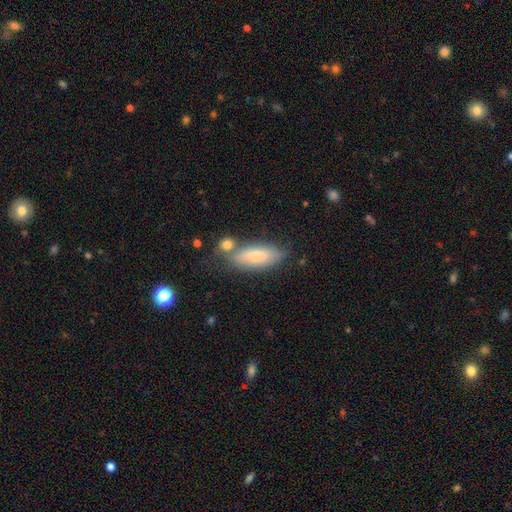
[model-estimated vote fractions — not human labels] The model was most divided on "how rounded": in between: 68%, cigar-shaped: 30%, round: 2%. More confident: smooth or featured — smooth (78%); merging — none (62%).